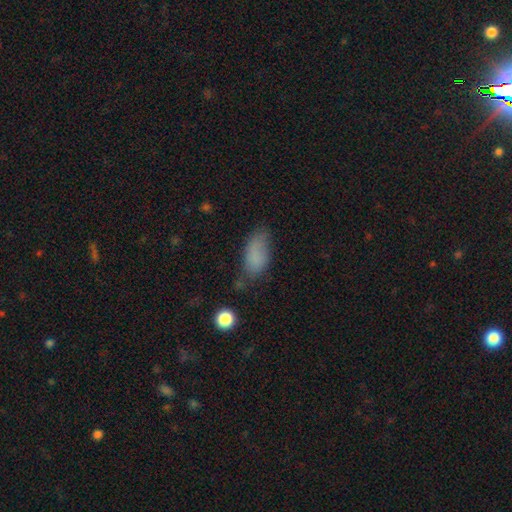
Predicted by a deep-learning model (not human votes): Smooth or featured?
  - smooth: 79% *
  - featured or disk: 11%
  - star or artifact: 10%
How rounded?
  - in between: 90% *
  - cigar-shaped: 6%
  - round: 4%
Merging?
  - none: 53% *
  - minor disturbance: 31%
  - major disturbance: 12%
  - merger: 4%